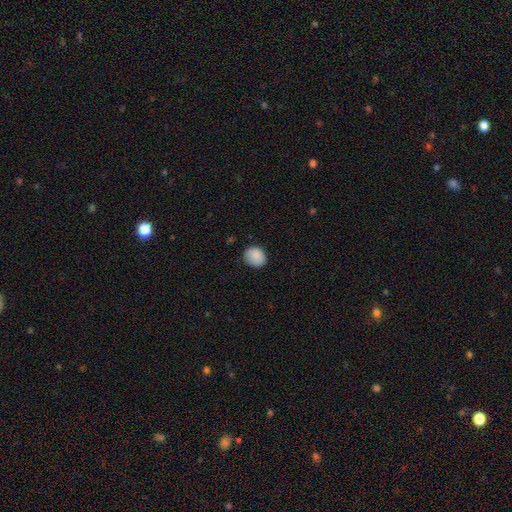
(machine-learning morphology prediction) Smooth or featured? Predicted: smooth (p=0.88). How rounded? Predicted: round (p=0.67). Merging? Predicted: none (p=0.79).